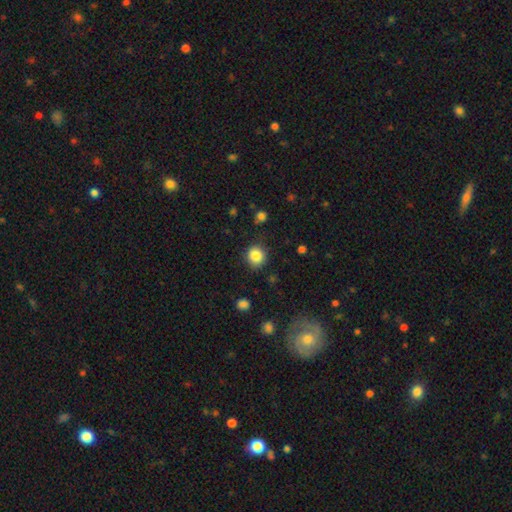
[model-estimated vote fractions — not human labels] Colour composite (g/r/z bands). It shows a smooth galaxy with no disk features (86%) that is round (89%). Merging: none (87%).